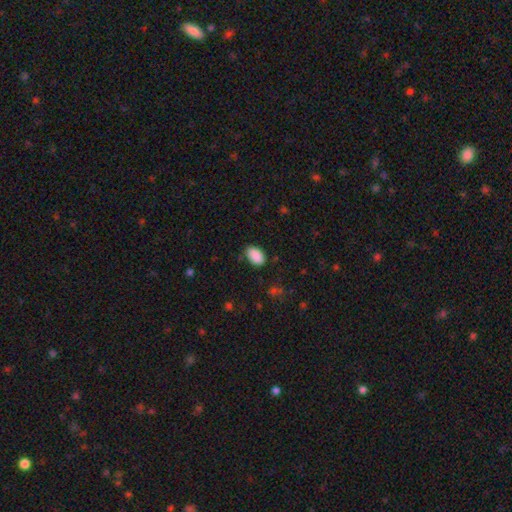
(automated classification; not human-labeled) The model was most divided on "merging": none: 82%, minor disturbance: 14%, major disturbance: 3%, merger: 1%. More confident: how rounded — in between (91%); smooth or featured — smooth (90%).